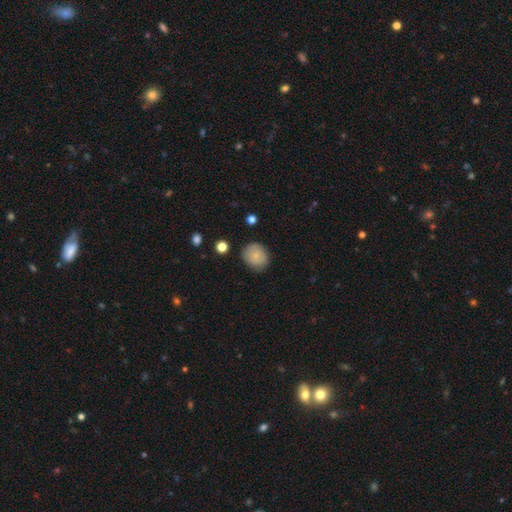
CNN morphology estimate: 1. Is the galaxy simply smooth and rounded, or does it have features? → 79% smooth, 13% featured or disk, 8% star or artifact.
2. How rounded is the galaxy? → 73% round, 26% in between, 1% cigar-shaped.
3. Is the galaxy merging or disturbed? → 78% none, 16% minor disturbance, 4% major disturbance, 2% merger.